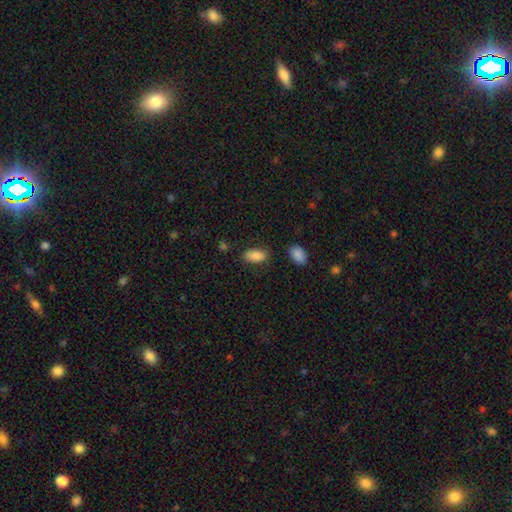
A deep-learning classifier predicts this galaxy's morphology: Smooth or featured? Predicted: smooth (p=0.84). How rounded? Predicted: in between (p=0.91). Merging? Predicted: none (p=0.78).